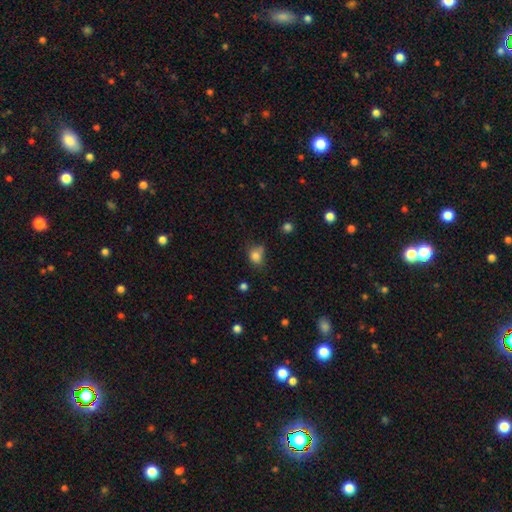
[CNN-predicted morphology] Overall: smooth (80%). How rounded: round (55%; in between 44%). Merging: none (50%; minor disturbance 30%).